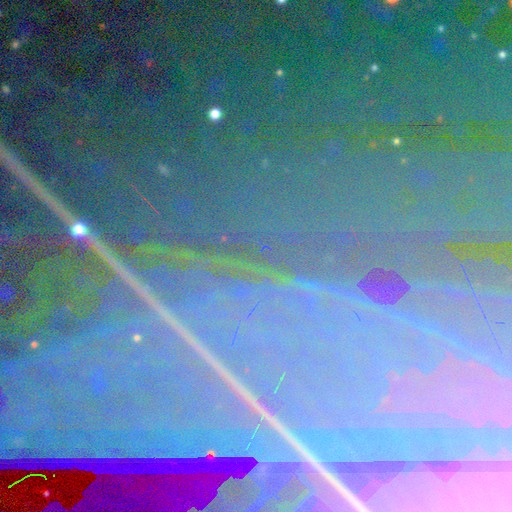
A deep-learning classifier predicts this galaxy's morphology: star or artifact 87%, featured or disk 7%, smooth 7%.